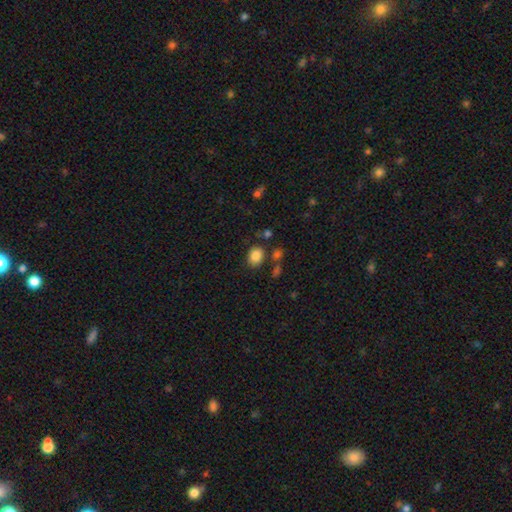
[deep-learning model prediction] Smooth or featured?
  - smooth: 86% *
  - star or artifact: 10%
  - featured or disk: 5%
How rounded?
  - in between: 58% *
  - round: 41%
  - cigar-shaped: 1%
Merging?
  - none: 77% *
  - minor disturbance: 12%
  - merger: 7%
  - major disturbance: 4%